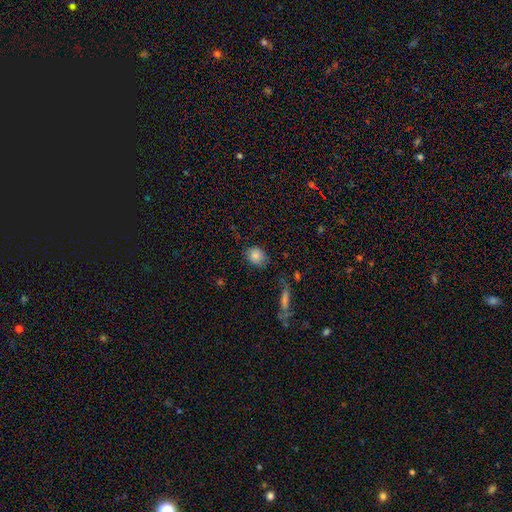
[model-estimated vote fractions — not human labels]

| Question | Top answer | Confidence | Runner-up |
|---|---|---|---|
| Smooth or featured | smooth | 84% | star or artifact (9%) |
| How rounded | round | 61% | in between (37%) |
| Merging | none | 72% | minor disturbance (20%) |